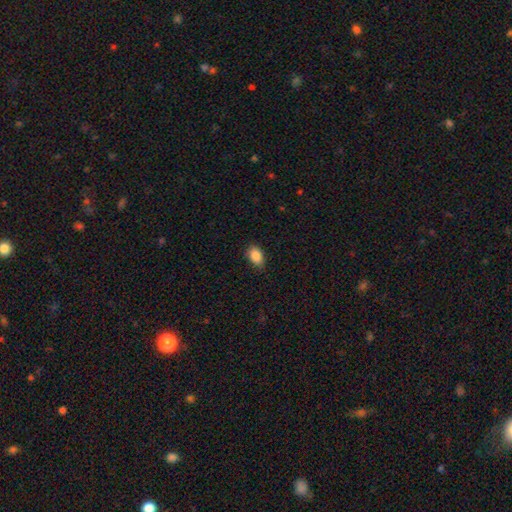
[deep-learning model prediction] smooth_or_featured: smooth (p=0.88) [alt: star or artifact p=0.08]
how_rounded: in between (p=0.87) [alt: round p=0.11]
merging: none (p=0.84) [alt: minor disturbance p=0.12]